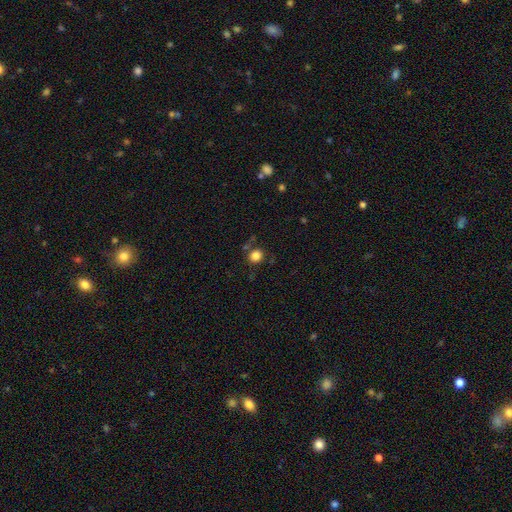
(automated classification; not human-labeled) Smooth or featured?
  - smooth: 84% *
  - star or artifact: 12%
  - featured or disk: 5%
How rounded?
  - round: 86% *
  - in between: 13%
  - cigar-shaped: 1%
Merging?
  - none: 79% *
  - minor disturbance: 11%
  - merger: 6%
  - major disturbance: 4%